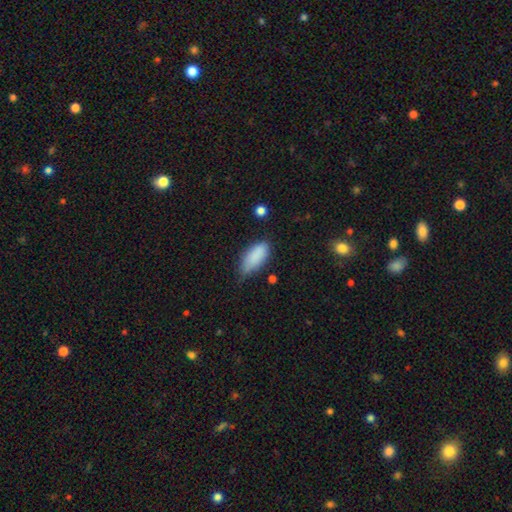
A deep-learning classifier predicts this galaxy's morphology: This appears to be a smooth galaxy with no disk features (86%) that is in between round and cigar-shaped (85%). Merging: none (49%).